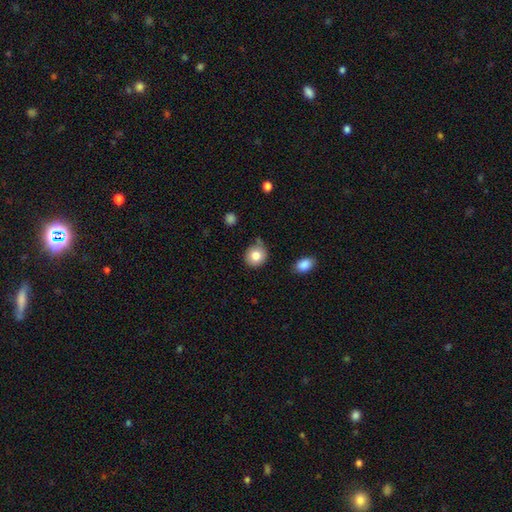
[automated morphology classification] smooth_or_featured: smooth (p=0.82) [alt: star or artifact p=0.09]
how_rounded: round (p=0.79) [alt: in between p=0.20]
merging: none (p=0.71) [alt: minor disturbance p=0.20]